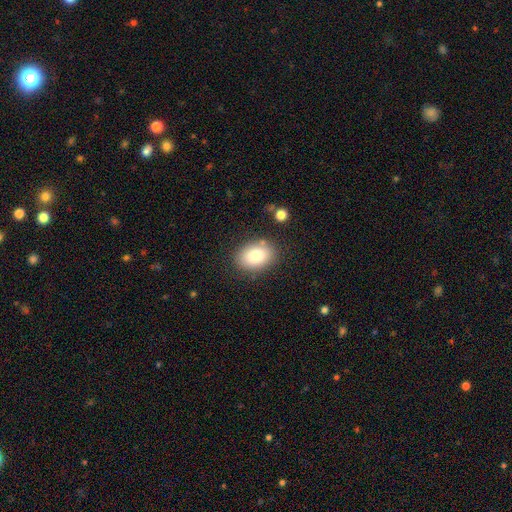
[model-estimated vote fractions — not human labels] Smooth or featured?
  - smooth: 85% *
  - featured or disk: 8%
  - star or artifact: 8%
How rounded?
  - in between: 83% *
  - round: 16%
  - cigar-shaped: 1%
Merging?
  - none: 82% *
  - minor disturbance: 12%
  - major disturbance: 4%
  - merger: 3%